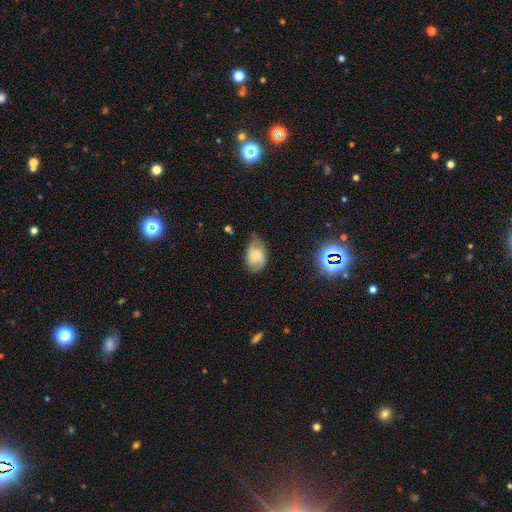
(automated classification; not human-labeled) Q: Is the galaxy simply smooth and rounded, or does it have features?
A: smooth — 51%.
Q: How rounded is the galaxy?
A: in between — 84%.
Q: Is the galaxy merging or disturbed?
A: none — 58%.